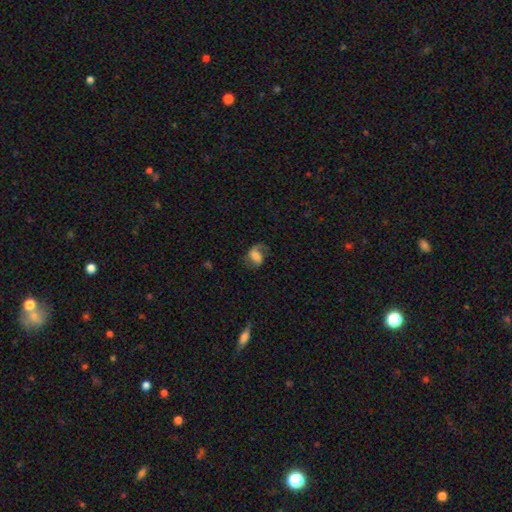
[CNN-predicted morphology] The model was most divided on "smooth or featured": featured or disk: 48%, smooth: 43%, star or artifact: 9%. More confident: merging — none (55%).